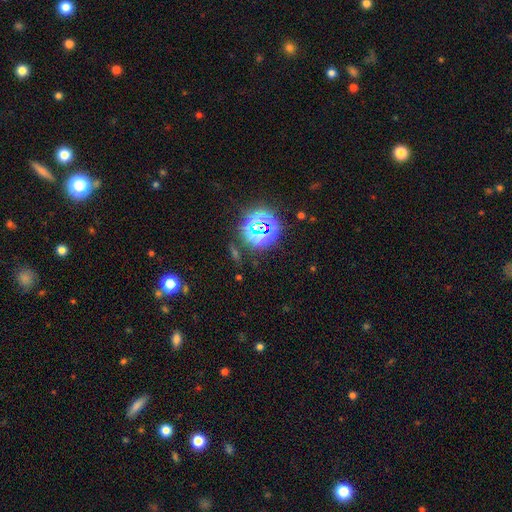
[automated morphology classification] Smooth or featured?
  - star or artifact: 78% *
  - smooth: 14%
  - featured or disk: 8%